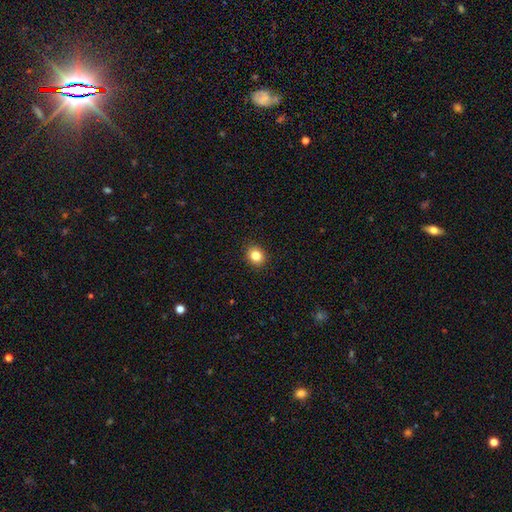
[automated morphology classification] This is clearly a smooth galaxy (83%). How rounded: likely round (75%). Merging: clearly none (92%).